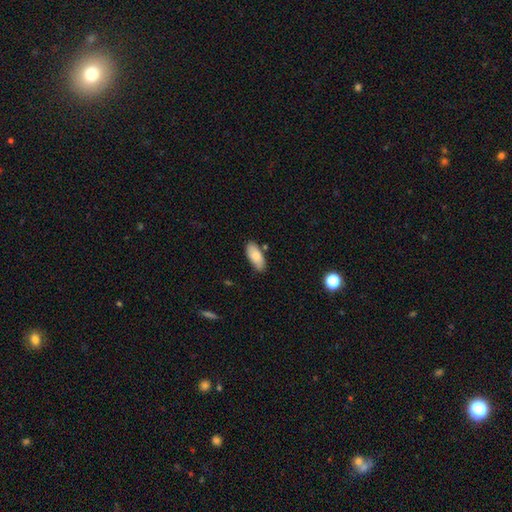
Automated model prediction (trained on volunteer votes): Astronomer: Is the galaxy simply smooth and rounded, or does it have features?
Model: smooth — 79%.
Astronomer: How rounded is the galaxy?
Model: in between — 89%.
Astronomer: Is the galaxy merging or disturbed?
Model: none — 79%.